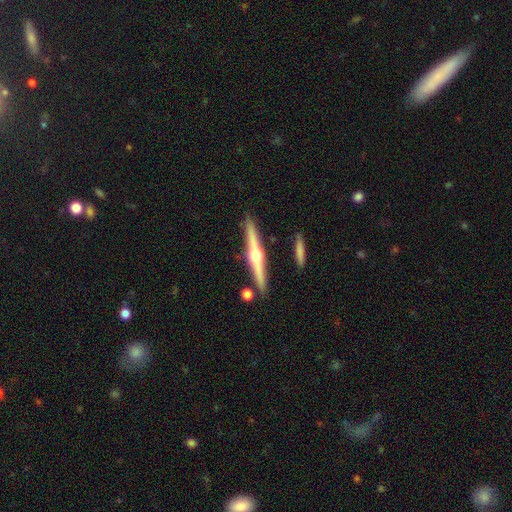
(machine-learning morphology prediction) This appears to be a featured or disk galaxy (79%) viewed edge-on (98%) with a rounded central bulge (95%). Merging: none (88%).